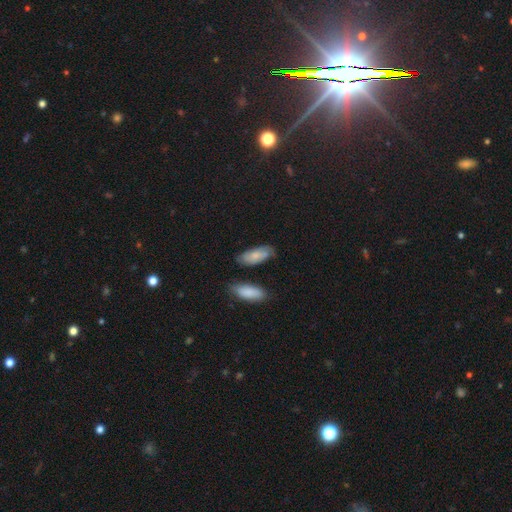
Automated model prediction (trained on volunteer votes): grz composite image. It shows a smooth galaxy with no disk features (63%) that is in between round and cigar-shaped (84%). Merging: none (70%).